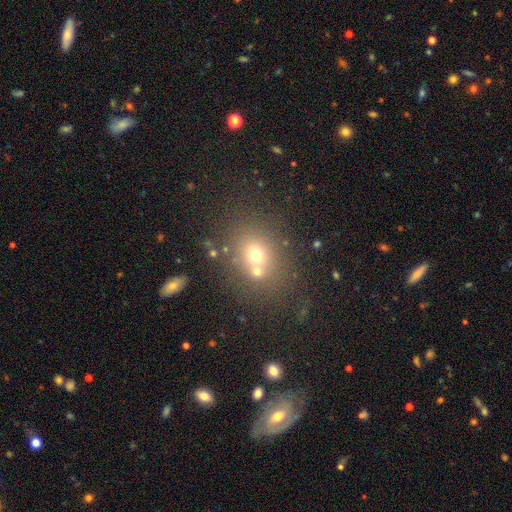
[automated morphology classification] Q: Smooth or featured?
A: smooth (64%); runner-up: star or artifact (19%)
Q: How rounded?
A: round (63%); runner-up: in between (36%)
Q: Merging?
A: none (60%); runner-up: merger (25%)